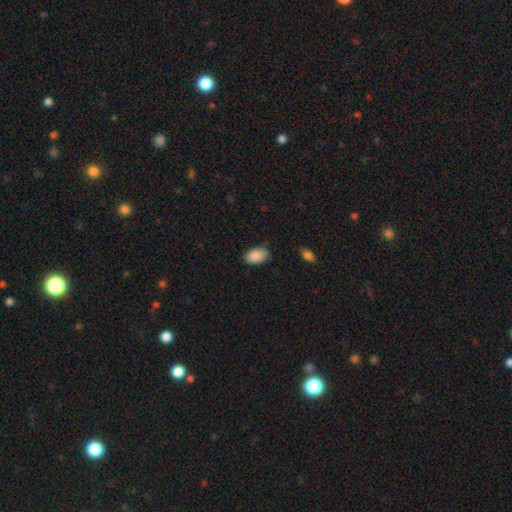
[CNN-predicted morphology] Smooth or featured?
  - smooth: 89% *
  - star or artifact: 7%
  - featured or disk: 4%
How rounded?
  - in between: 92% *
  - round: 7%
  - cigar-shaped: 1%
Merging?
  - none: 78% *
  - minor disturbance: 17%
  - major disturbance: 3%
  - merger: 1%